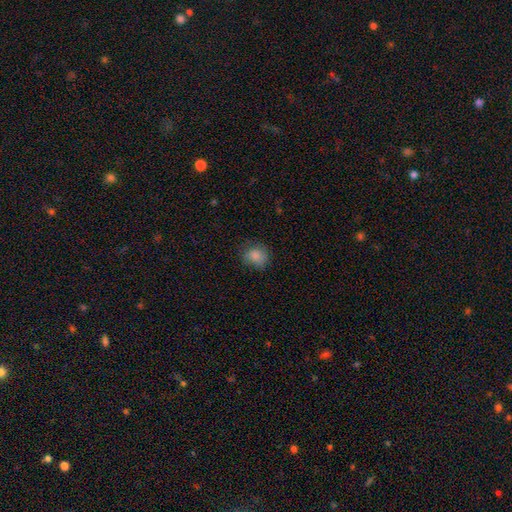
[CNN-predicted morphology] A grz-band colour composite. It shows a smooth galaxy with no disk features (85%) that is round (72%). Merging: none (72%).